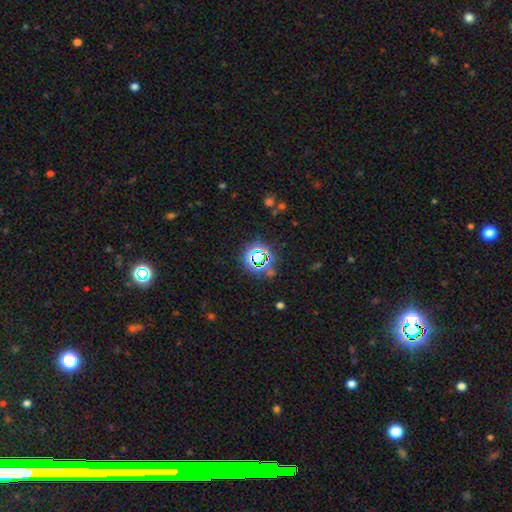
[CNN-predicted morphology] smooth-or-featured: star or artifact: 67% | smooth: 23% | featured or disk: 10%